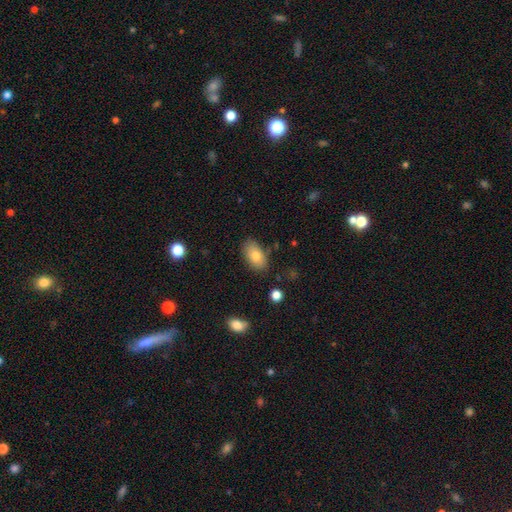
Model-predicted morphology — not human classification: Q: Smooth or featured?
A: smooth (79%); runner-up: featured or disk (13%)
Q: How rounded?
A: in between (91%); runner-up: round (7%)
Q: Merging?
A: none (82%); runner-up: minor disturbance (13%)